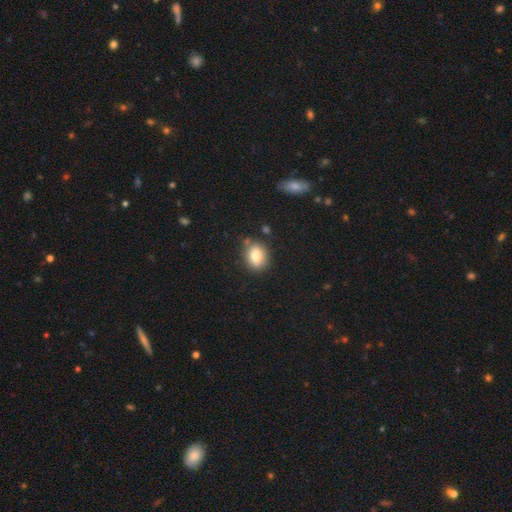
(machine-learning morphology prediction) Smooth or featured: smooth — 80% (featured or disk — 11%)
How rounded: in between — 63% (round — 35%)
Merging: none — 76% (minor disturbance — 16%)